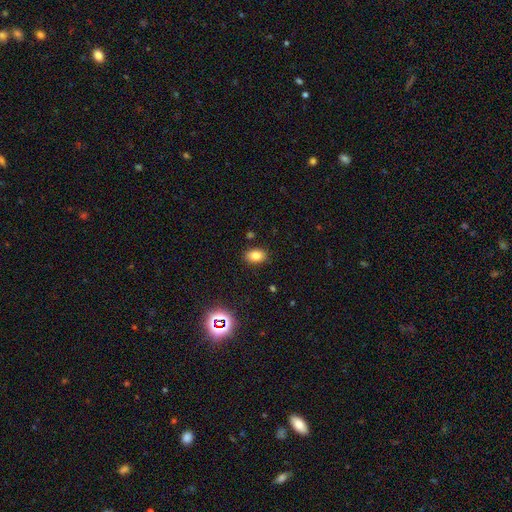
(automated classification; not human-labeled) Q: Smooth or featured?
A: smooth (79%); runner-up: star or artifact (13%)
Q: How rounded?
A: in between (84%); runner-up: round (15%)
Q: Merging?
A: none (86%); runner-up: minor disturbance (10%)